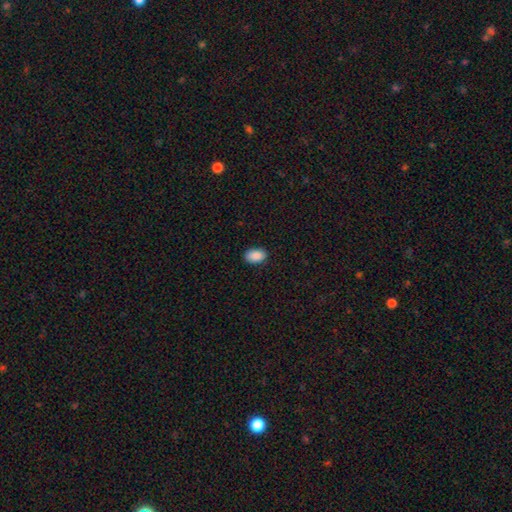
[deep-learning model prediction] smooth_or_featured: smooth (p=0.90) [alt: star or artifact p=0.07]
how_rounded: in between (p=0.91) [alt: round p=0.08]
merging: none (p=0.88) [alt: minor disturbance p=0.09]